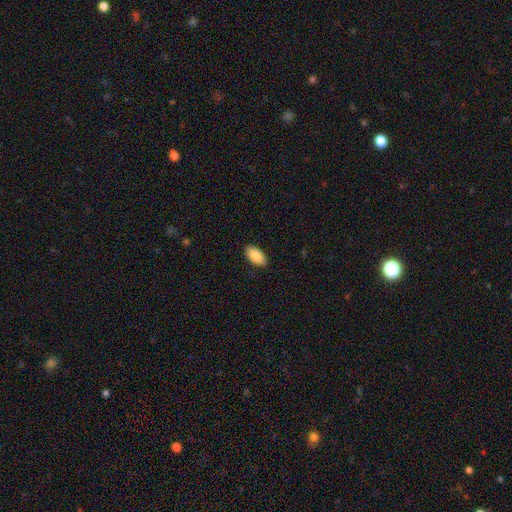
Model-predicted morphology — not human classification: Smooth or featured? Predicted: smooth (p=0.88). How rounded? Predicted: in between (p=0.95). Merging? Predicted: none (p=0.89).